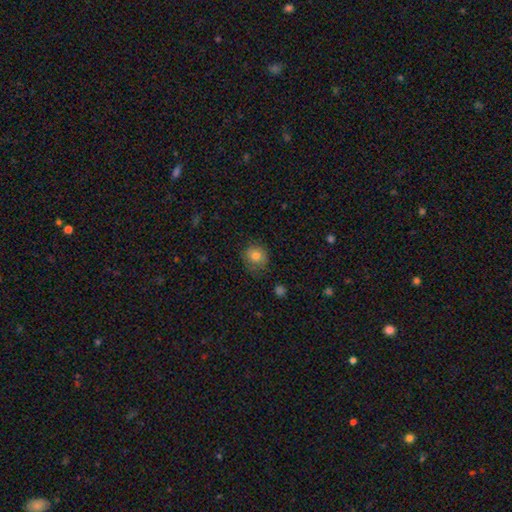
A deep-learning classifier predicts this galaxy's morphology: smooth-or-featured: smooth: 80% | star or artifact: 10% | featured or disk: 9%
  how-rounded: round: 79% | in between: 20% | cigar-shaped: 1%
  merging: none: 73% | minor disturbance: 20% | major disturbance: 5% | merger: 1%